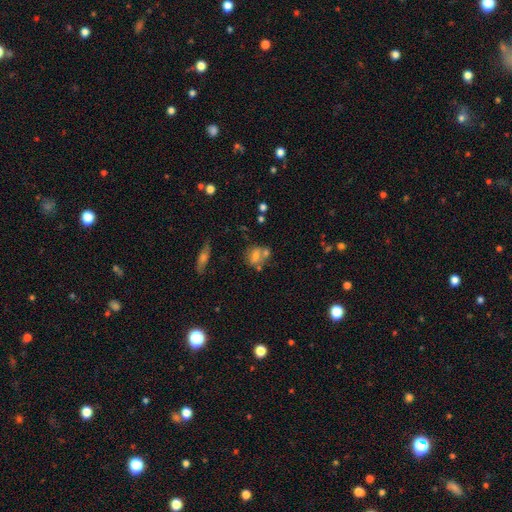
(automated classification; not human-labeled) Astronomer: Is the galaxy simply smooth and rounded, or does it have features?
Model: smooth — 65%.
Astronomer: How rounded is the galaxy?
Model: in between — 54% (runner-up: round, 43%).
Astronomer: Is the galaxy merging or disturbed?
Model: none — 46% (runner-up: merger, 34%).